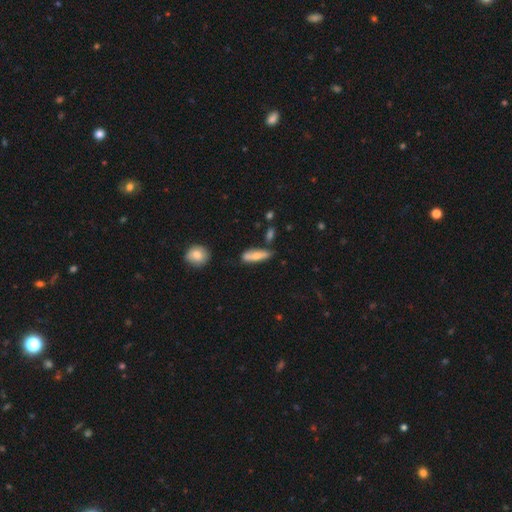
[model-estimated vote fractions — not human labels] Morphology: type=smooth (67%); roundness=cigar-shaped (55%); merging=none (57%).